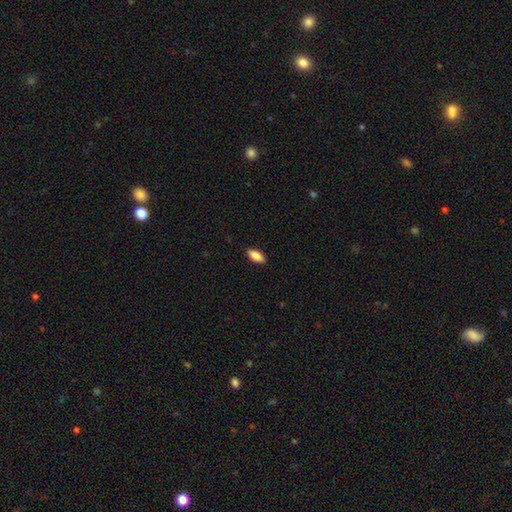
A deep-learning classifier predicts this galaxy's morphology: The model was most divided on "smooth or featured": smooth: 83%, featured or disk: 11%, star or artifact: 7%. More confident: merging — none (88%); how rounded — in between (87%).